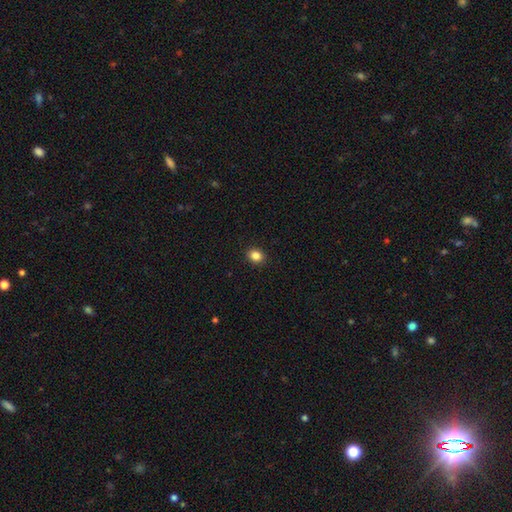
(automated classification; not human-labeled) Smooth or featured?
  - smooth: 85% *
  - star or artifact: 11%
  - featured or disk: 4%
How rounded?
  - round: 61% *
  - in between: 38%
  - cigar-shaped: 1%
Merging?
  - none: 92% *
  - minor disturbance: 6%
  - major disturbance: 2%
  - merger: 1%